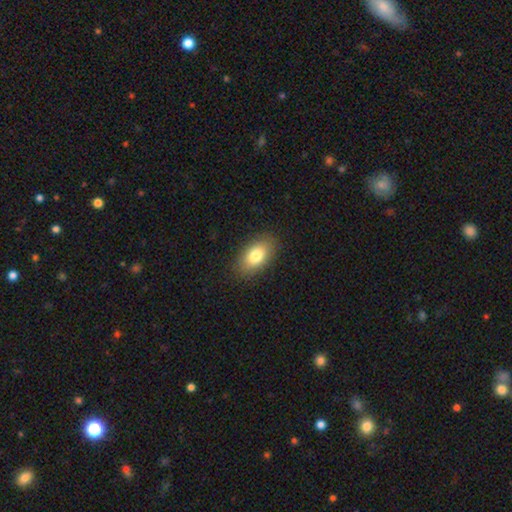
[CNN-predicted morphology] smooth-or-featured: smooth: 80% | featured or disk: 12% | star or artifact: 8%
  how-rounded: in between: 91% | round: 7% | cigar-shaped: 3%
  merging: none: 87% | minor disturbance: 9% | major disturbance: 3% | merger: 1%